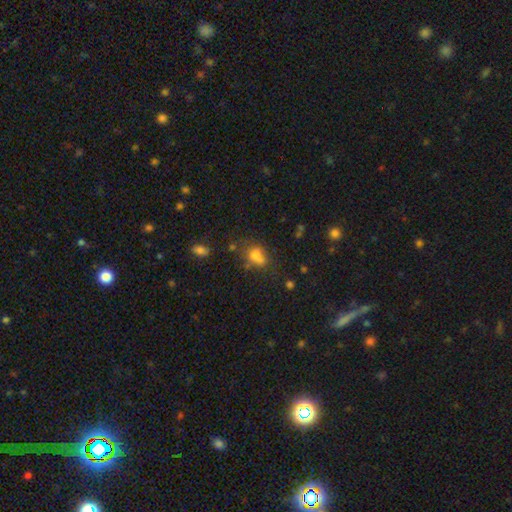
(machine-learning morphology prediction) Smooth or featured? smooth (70%)
How rounded? in between (51%)
Merging? none (40%)